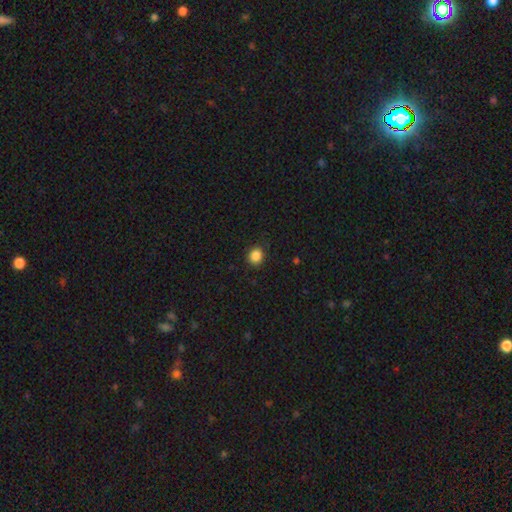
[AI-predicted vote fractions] smooth-or-featured: smooth: 87% | star or artifact: 10% | featured or disk: 3%
  how-rounded: round: 80% | in between: 19% | cigar-shaped: 1%
  merging: none: 88% | minor disturbance: 9% | major disturbance: 2% | merger: 1%